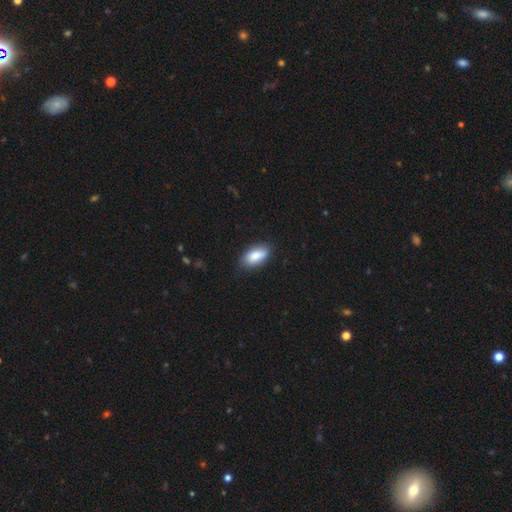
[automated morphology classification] This appears to be a smooth galaxy with no disk features (83%) that is in between round and cigar-shaped (91%). Merging: none (80%).